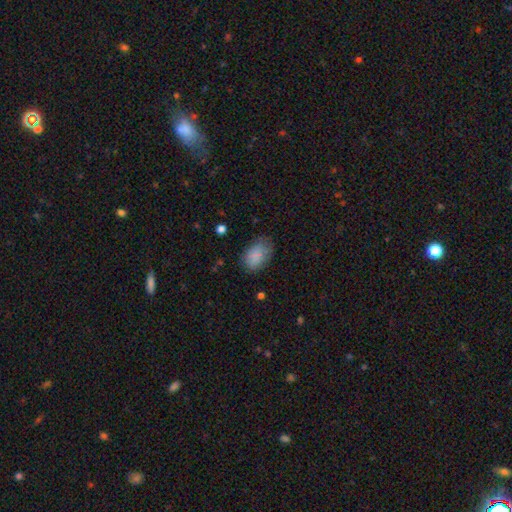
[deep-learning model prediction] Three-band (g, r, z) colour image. It shows a smooth galaxy with no disk features (84%) that is in between round and cigar-shaped (86%). Merging: none (69%).